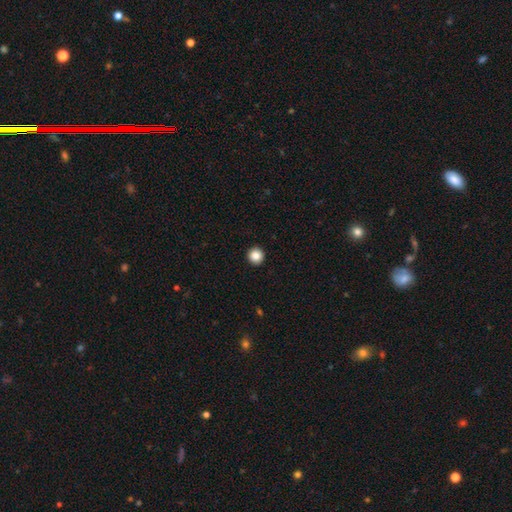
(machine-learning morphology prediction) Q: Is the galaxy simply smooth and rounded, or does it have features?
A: smooth — 86%.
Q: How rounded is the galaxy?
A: round — 96%.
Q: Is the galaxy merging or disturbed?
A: none — 94%.